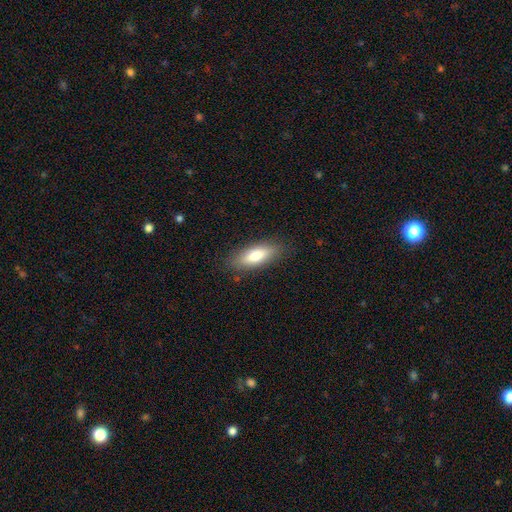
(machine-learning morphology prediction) Smooth or featured? Predicted: smooth (p=0.76). How rounded? Predicted: in between (p=0.63). Merging? Predicted: none (p=0.85).